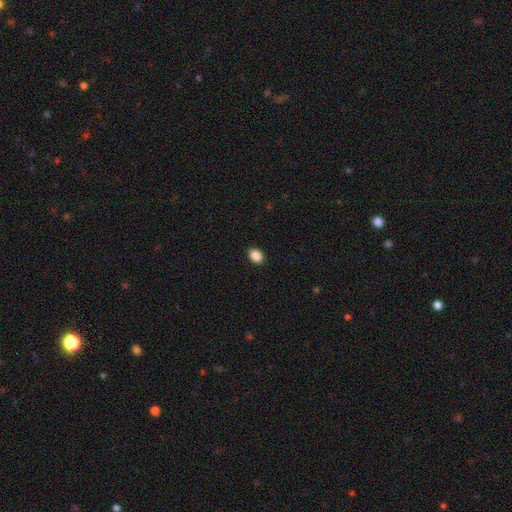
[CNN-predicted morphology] Overall: smooth (89%). How rounded: in between (74%). Merging: none (91%).